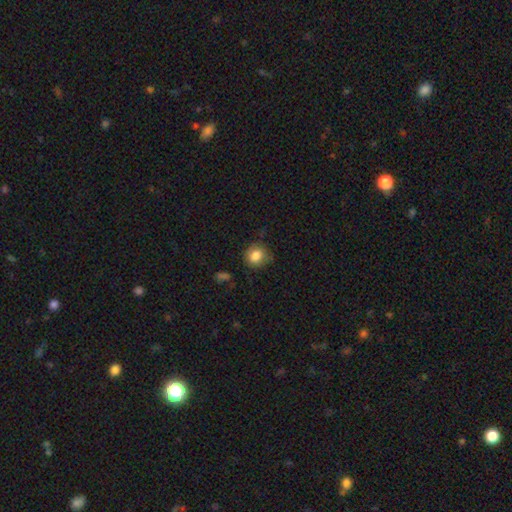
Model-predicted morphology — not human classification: This is clearly a smooth galaxy (84%). How rounded: likely round (74%). Merging: likely none (70%).